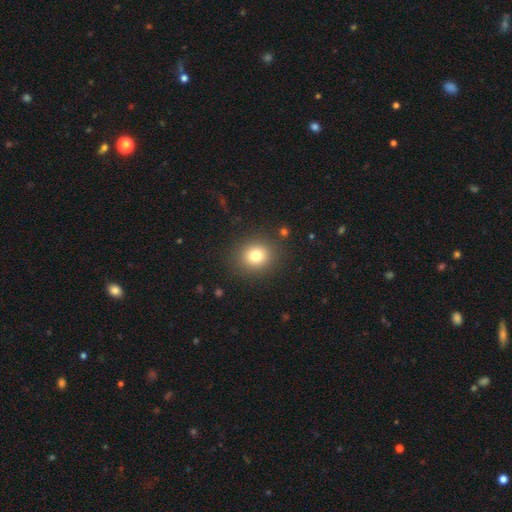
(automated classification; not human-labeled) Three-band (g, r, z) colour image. It shows a smooth galaxy with no disk features (78%) that is round (81%). Merging: none (88%).